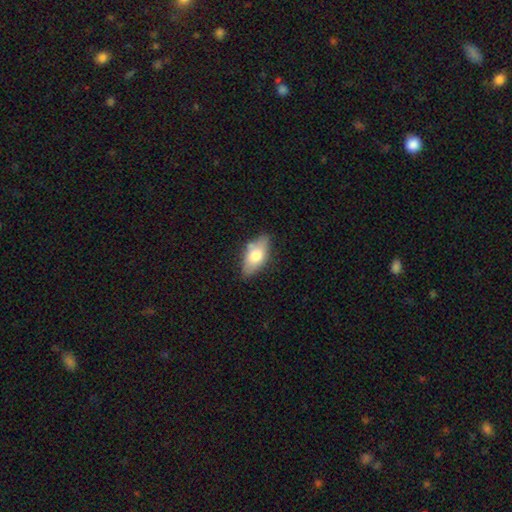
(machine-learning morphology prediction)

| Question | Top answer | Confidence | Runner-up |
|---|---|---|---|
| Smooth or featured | smooth | 68% | featured or disk (26%) |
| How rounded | in between | 88% | cigar-shaped (8%) |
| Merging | none | 71% | minor disturbance (21%) |